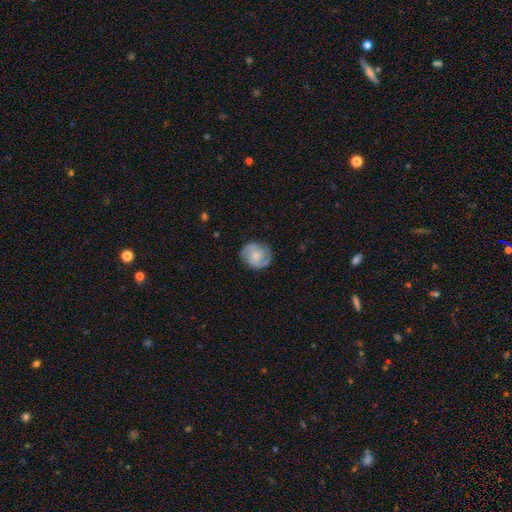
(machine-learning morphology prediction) Smooth or featured: featured or disk — 70% (smooth — 23%)
Edge-on disk: no — 98% (yes — 2%)
Bar: no — 69% (weak — 26%)
Spiral arms: yes — 94% (no — 6%)
Spiral winding: medium — 46% (tight — 41%)
Spiral arm count: 2 — 75% (3 — 10%)
Bulge size: small — 52% (moderate — 35%)
Merging: none — 82% (minor disturbance — 13%)